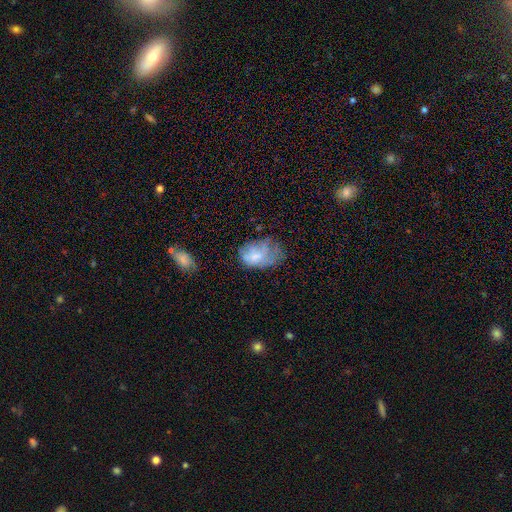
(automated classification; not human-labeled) Q: Smooth or featured?
A: smooth (52%); runner-up: featured or disk (37%)
Q: How rounded?
A: in between (85%); runner-up: round (14%)
Q: Merging?
A: none (35%); runner-up: minor disturbance (32%)